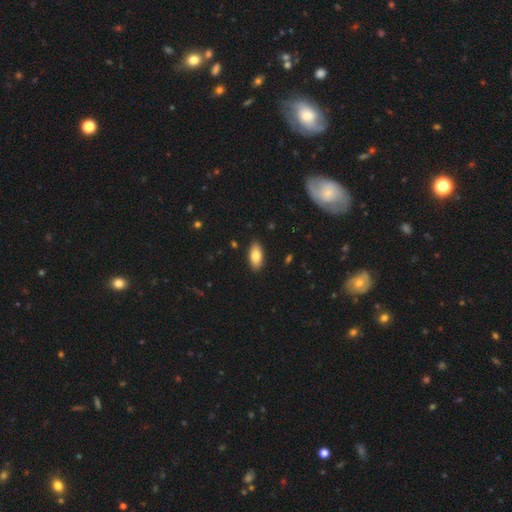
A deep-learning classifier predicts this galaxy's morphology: smooth-or-featured: smooth: 81% | featured or disk: 12% | star or artifact: 6%
  how-rounded: in between: 89% | cigar-shaped: 8% | round: 2%
  merging: none: 89% | minor disturbance: 8% | major disturbance: 2% | merger: 1%